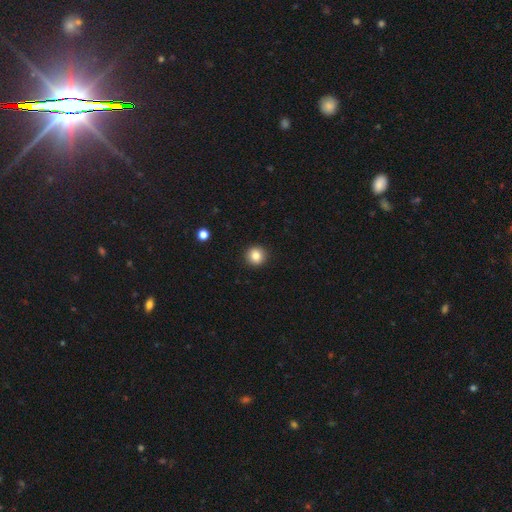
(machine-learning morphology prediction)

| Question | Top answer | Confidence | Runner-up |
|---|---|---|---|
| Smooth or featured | smooth | 84% | star or artifact (10%) |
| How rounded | round | 95% | in between (4%) |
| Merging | none | 93% | minor disturbance (5%) |